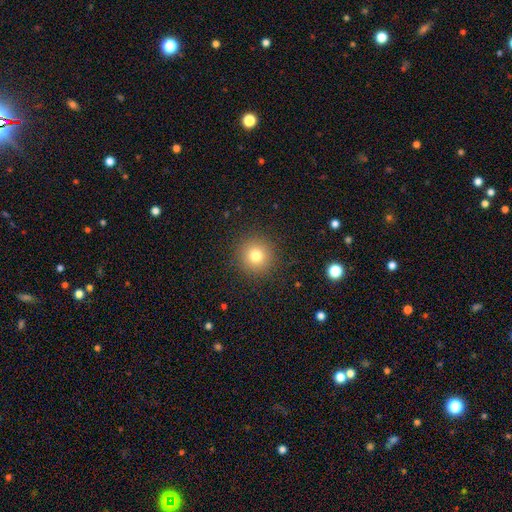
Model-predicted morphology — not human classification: Overall: smooth (78%). How rounded: round (95%). Merging: none (90%).